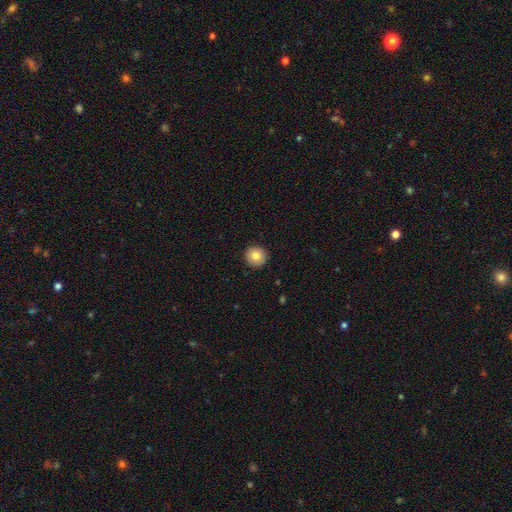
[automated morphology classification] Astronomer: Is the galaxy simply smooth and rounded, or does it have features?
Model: smooth — 82%.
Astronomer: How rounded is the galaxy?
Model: round — 95%.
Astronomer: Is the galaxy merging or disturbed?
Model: none — 93%.